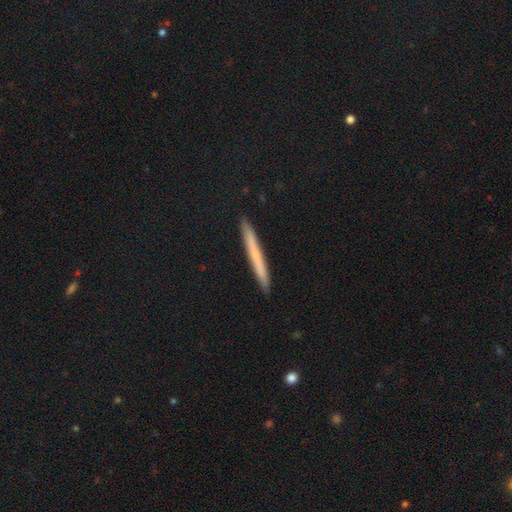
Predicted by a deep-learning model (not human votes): This is possibly a smooth galaxy (59%). How rounded: clearly cigar-shaped (97%). Merging: clearly none (92%).